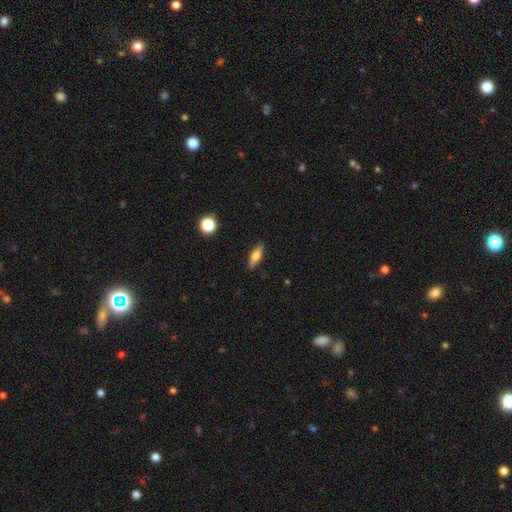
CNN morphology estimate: Smooth or featured?
  - smooth: 52% *
  - featured or disk: 41%
  - star or artifact: 7%
How rounded?
  - cigar-shaped: 52% *
  - in between: 44%
  - round: 4%
Merging?
  - none: 88% *
  - minor disturbance: 9%
  - major disturbance: 2%
  - merger: 1%